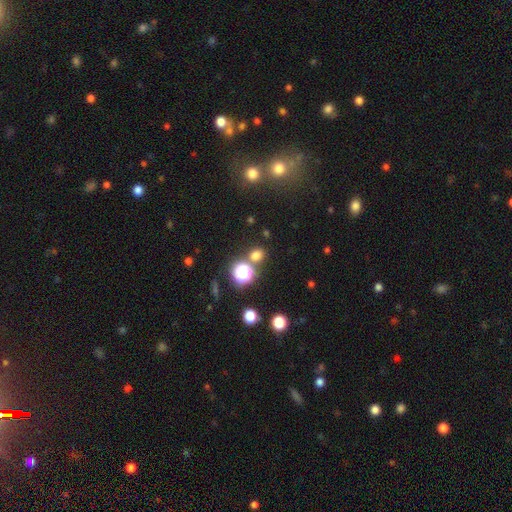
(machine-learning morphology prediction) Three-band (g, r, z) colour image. It shows a smooth galaxy with no disk features (66%) that is round (77%). Merging: none (78%).